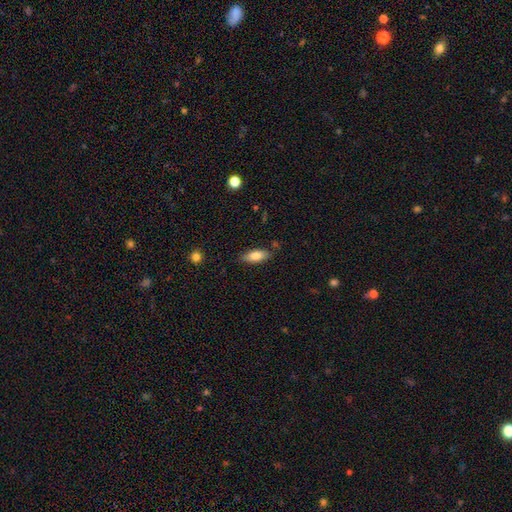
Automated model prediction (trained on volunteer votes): Morphology: type=smooth (79%); roundness=in between (80%); merging=none (81%).